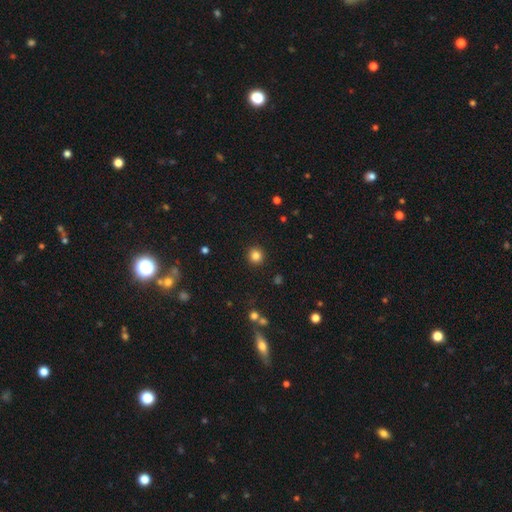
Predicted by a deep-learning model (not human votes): Overall: smooth (83%). How rounded: round (93%). Merging: none (92%).